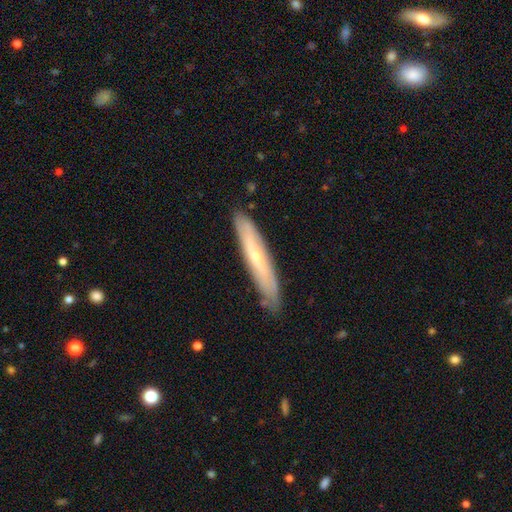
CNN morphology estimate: The model was most divided on "smooth or featured": featured or disk: 55%, smooth: 39%, star or artifact: 6%. More confident: merging — none (82%); edge-on disk — yes (69%).